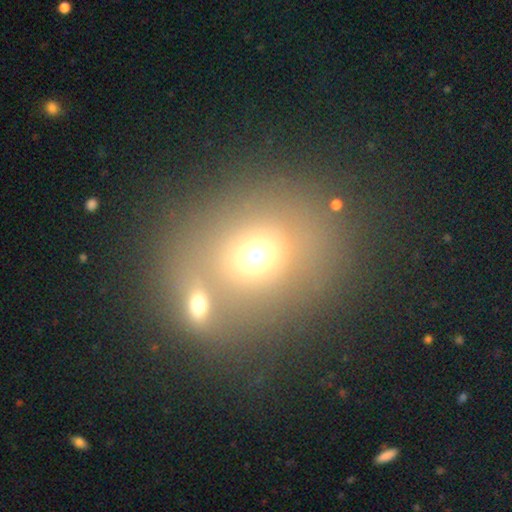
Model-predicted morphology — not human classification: smooth-or-featured: smooth: 68% | star or artifact: 18% | featured or disk: 14%
  how-rounded: round: 63% | in between: 35% | cigar-shaped: 1%
  merging: none: 47% | merger: 38% | minor disturbance: 8% | major disturbance: 6%